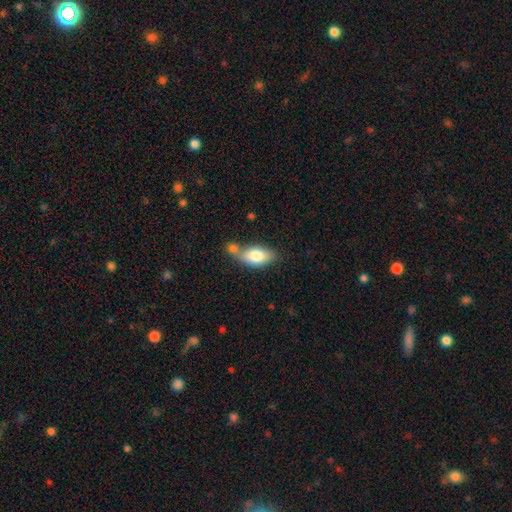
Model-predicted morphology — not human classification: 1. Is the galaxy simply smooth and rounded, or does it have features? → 76% smooth, 17% featured or disk, 7% star or artifact.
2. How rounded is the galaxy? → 88% in between, 7% cigar-shaped, 5% round.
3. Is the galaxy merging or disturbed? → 40% none, 37% merger, 16% minor disturbance, 6% major disturbance.